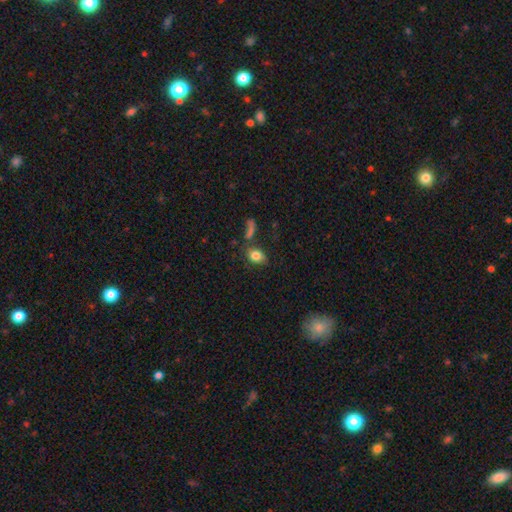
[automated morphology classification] Smooth or featured?
  - smooth: 82% *
  - featured or disk: 10%
  - star or artifact: 9%
How rounded?
  - in between: 76% *
  - round: 22%
  - cigar-shaped: 2%
Merging?
  - none: 70% *
  - minor disturbance: 15%
  - merger: 10%
  - major disturbance: 6%